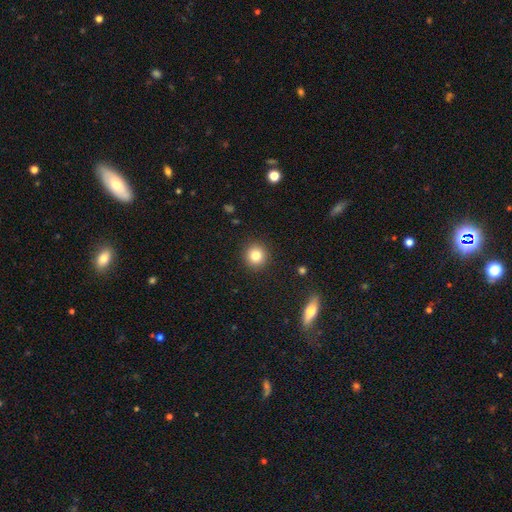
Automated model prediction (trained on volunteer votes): This is clearly a smooth galaxy (81%). How rounded: clearly round (93%). Merging: clearly none (92%).